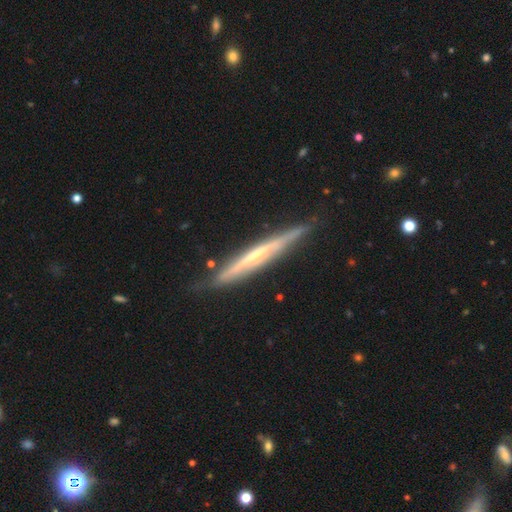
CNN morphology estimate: type=featured or disk (73%); edge-on=yes (95%); edge-on bulge=none (58%); merging=none (82%).